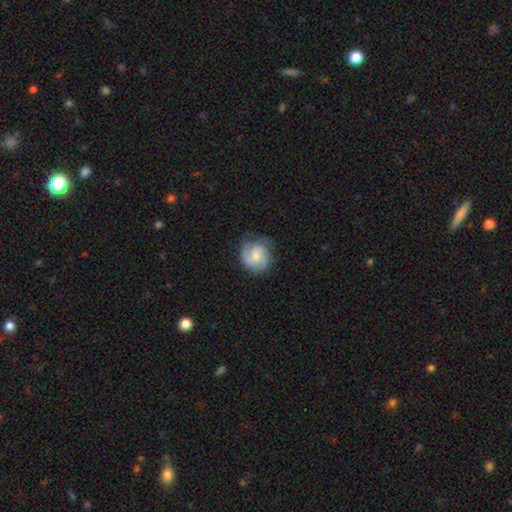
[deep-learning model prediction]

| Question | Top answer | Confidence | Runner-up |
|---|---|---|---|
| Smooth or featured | featured or disk | 61% | smooth (33%) |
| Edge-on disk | no | 98% | yes (2%) |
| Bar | no | 63% | weak (33%) |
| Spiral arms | yes | 92% | no (8%) |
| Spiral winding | medium | 44% | tight (40%) |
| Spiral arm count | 2 | 46% | 3 (25%) |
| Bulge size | moderate | 47% | small (43%) |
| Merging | none | 71% | minor disturbance (21%) |